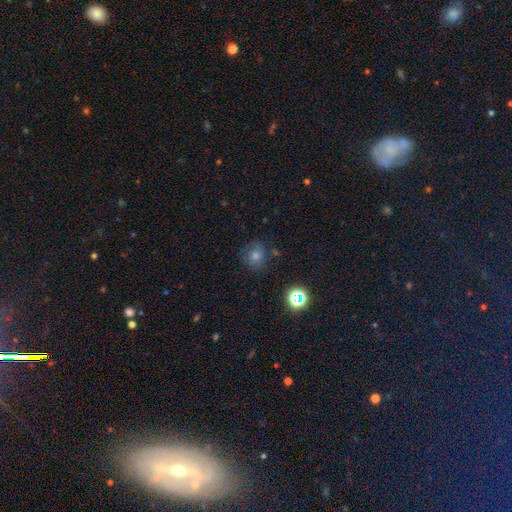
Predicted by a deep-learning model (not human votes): The model was most divided on "smooth or featured": smooth: 57%, star or artifact: 26%, featured or disk: 16%. More confident: how rounded — round (84%); merging — none (77%).